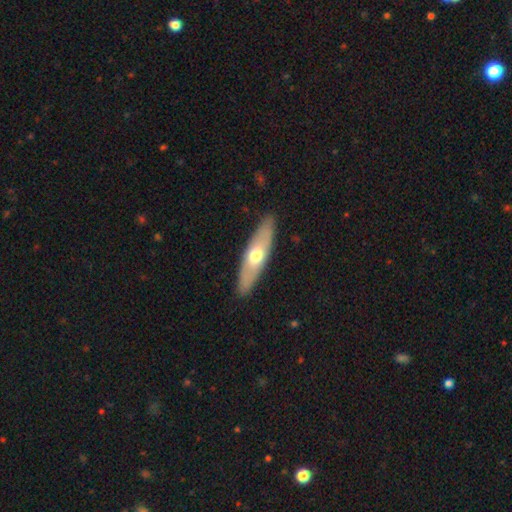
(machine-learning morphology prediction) Smooth or featured: smooth — 52% (featured or disk — 43%)
How rounded: cigar-shaped — 60% (in between — 38%)
Merging: none — 88% (minor disturbance — 8%)